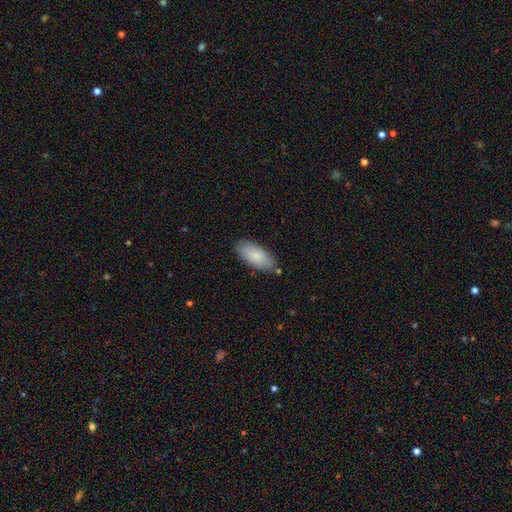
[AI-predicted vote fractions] smooth-or-featured: smooth: 80% | featured or disk: 14% | star or artifact: 6%
  how-rounded: in between: 88% | cigar-shaped: 10% | round: 2%
  merging: none: 80% | minor disturbance: 15% | merger: 3% | major disturbance: 3%